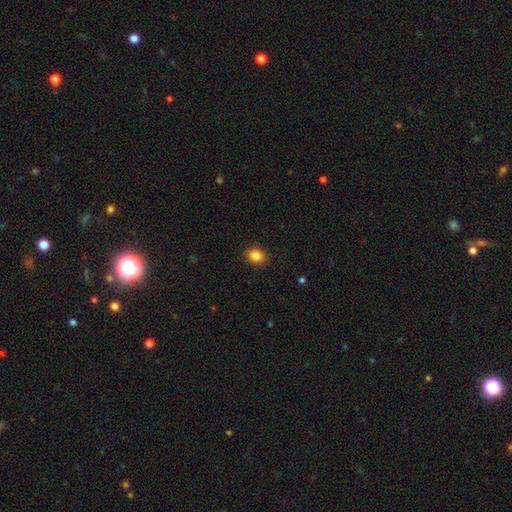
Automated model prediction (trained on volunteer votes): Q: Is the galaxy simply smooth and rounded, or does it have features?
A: smooth — 86%.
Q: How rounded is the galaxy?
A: round — 58%.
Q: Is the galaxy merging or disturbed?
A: none — 90%.